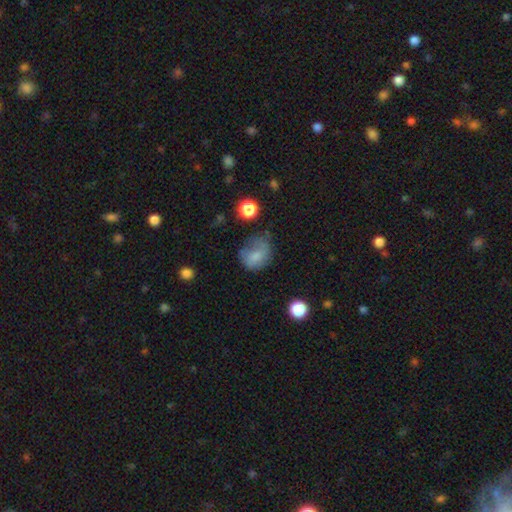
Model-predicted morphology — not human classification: type=smooth (70%); roundness=round (54%); merging=none (40%).